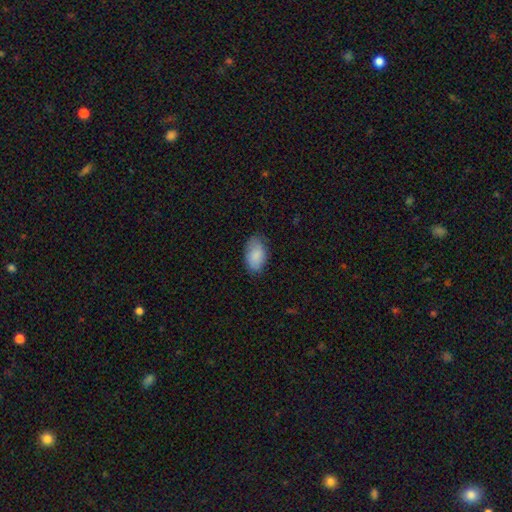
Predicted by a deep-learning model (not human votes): The model was most divided on "merging": none: 76%, minor disturbance: 18%, major disturbance: 4%, merger: 1%. More confident: how rounded — in between (93%); smooth or featured — smooth (86%).